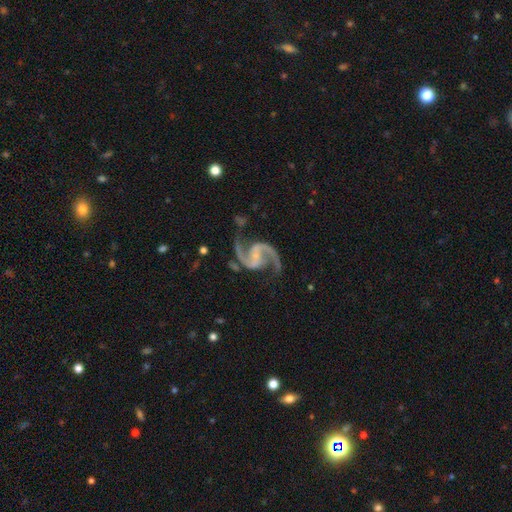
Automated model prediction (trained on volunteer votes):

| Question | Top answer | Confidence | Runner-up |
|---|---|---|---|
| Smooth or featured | featured or disk | 95% | star or artifact (3%) |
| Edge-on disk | no | 99% | yes (1%) |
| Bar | weak | 41% | no (35%) |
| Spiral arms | yes | 99% | no (1%) |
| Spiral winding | medium | 56% | loose (36%) |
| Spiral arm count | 2 | 95% | 3 (1%) |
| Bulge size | small | 54% | none (31%) |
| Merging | none | 77% | minor disturbance (14%) |